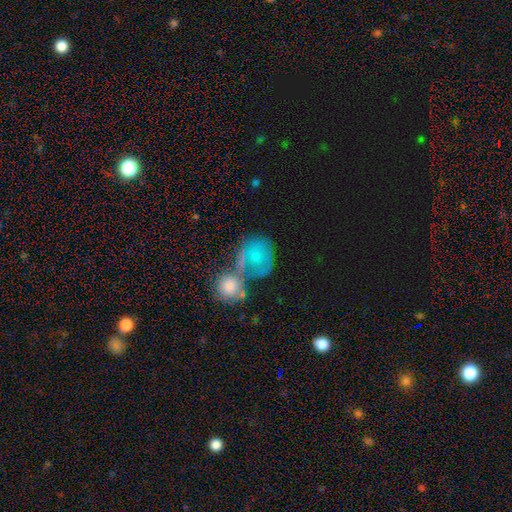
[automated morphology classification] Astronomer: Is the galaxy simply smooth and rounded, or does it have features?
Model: smooth — 65%.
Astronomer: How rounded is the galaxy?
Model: round — 65%.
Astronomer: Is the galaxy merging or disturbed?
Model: none — 38% (runner-up: merger, 36%).